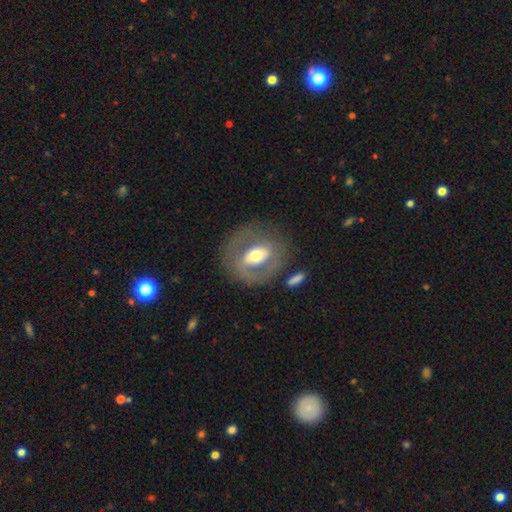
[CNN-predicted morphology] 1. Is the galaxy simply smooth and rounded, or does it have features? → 59% featured or disk, 35% smooth, 6% star or artifact.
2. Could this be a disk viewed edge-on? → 94% no, 6% yes.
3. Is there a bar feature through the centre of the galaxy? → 45% no, 31% weak, 24% strong.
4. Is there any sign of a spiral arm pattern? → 65% no, 35% yes.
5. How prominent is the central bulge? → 64% moderate, 23% large, 10% small, 2% dominant, 1% none.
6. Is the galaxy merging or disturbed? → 70% none, 15% minor disturbance, 11% major disturbance, 4% merger.